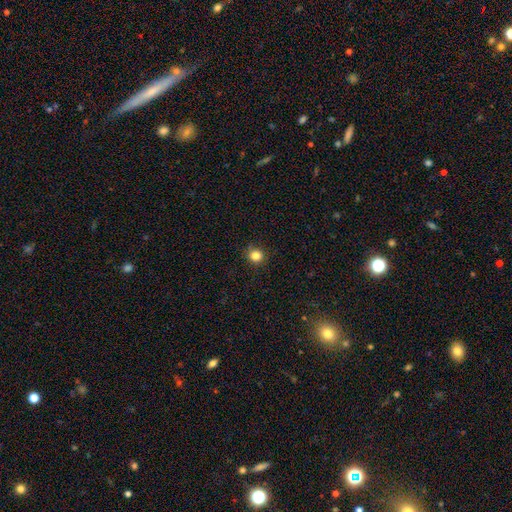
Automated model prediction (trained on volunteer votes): Smooth or featured?
  - smooth: 84% *
  - star or artifact: 12%
  - featured or disk: 4%
How rounded?
  - round: 88% *
  - in between: 11%
  - cigar-shaped: 1%
Merging?
  - none: 89% *
  - minor disturbance: 8%
  - major disturbance: 2%
  - merger: 1%